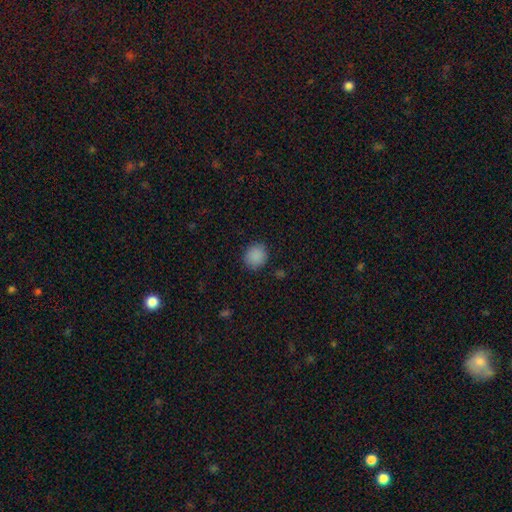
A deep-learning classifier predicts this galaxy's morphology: smooth 88%, star or artifact 9%, featured or disk 3%. Down the decision tree: how rounded — round (81%); merging — none (88%).